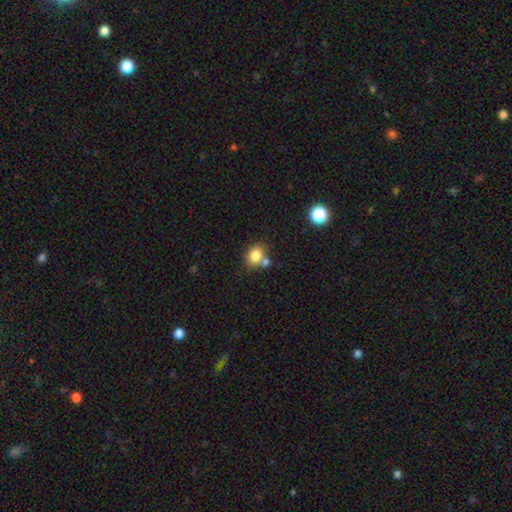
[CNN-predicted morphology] This appears to be a smooth galaxy with no disk features (81%) that is round (51%). Merging: none (56%).